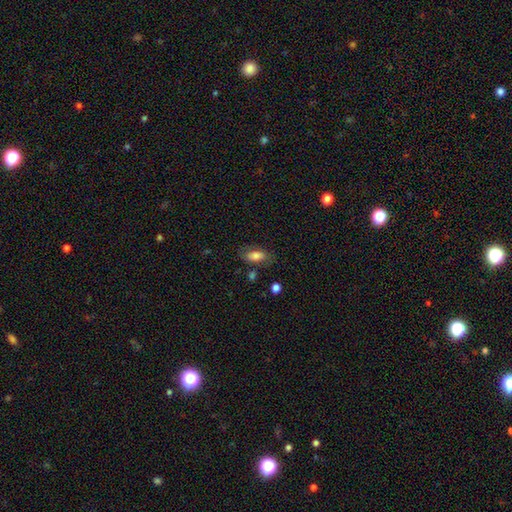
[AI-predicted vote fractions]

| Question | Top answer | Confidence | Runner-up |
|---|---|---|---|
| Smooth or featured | smooth | 76% | featured or disk (16%) |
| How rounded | in between | 89% | cigar-shaped (6%) |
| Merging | none | 70% | minor disturbance (19%) |